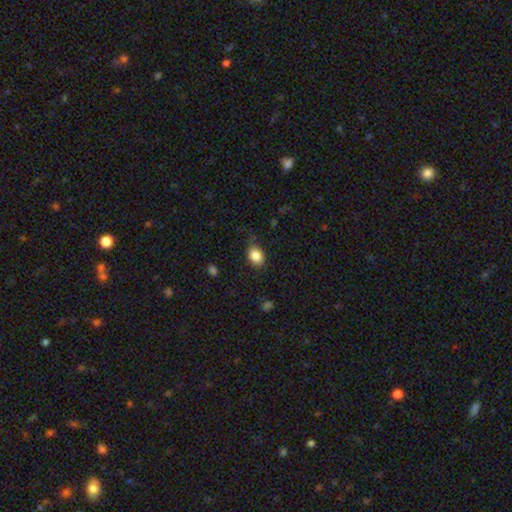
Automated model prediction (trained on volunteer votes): A smooth galaxy with no disk features (85%) that is in between round and cigar-shaped (65%).

Vote fractions:
- Smooth or featured? smooth: 85% / star or artifact: 9% / featured or disk: 6%
- How rounded? in between: 65% / round: 34% / cigar-shaped: 1%
- Merging? none: 75% / minor disturbance: 19% / major disturbance: 5% / merger: 1%